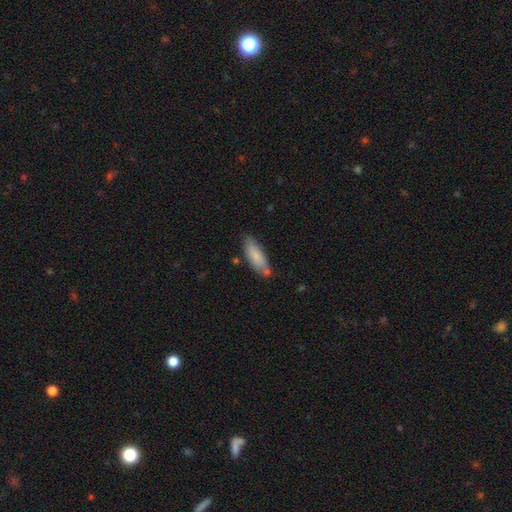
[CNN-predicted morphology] Smooth or featured?
  - smooth: 80% *
  - featured or disk: 15%
  - star or artifact: 6%
How rounded?
  - in between: 64% *
  - cigar-shaped: 35%
  - round: 2%
Merging?
  - none: 70% *
  - minor disturbance: 19%
  - merger: 7%
  - major disturbance: 3%